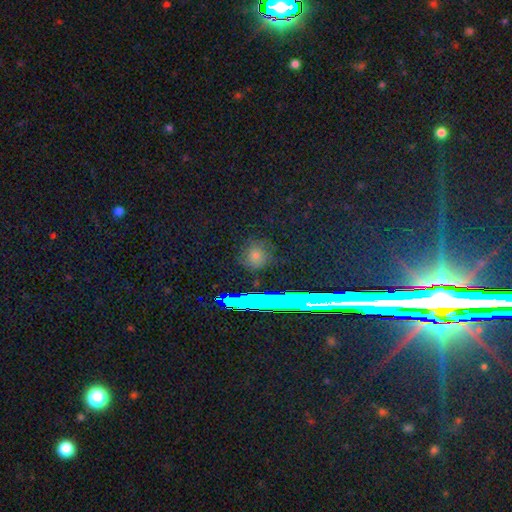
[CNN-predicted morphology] Smooth or featured?
  - smooth: 58% *
  - star or artifact: 32%
  - featured or disk: 9%
How rounded?
  - round: 82% *
  - in between: 14%
  - cigar-shaped: 4%
Merging?
  - none: 88% *
  - minor disturbance: 8%
  - major disturbance: 2%
  - merger: 2%